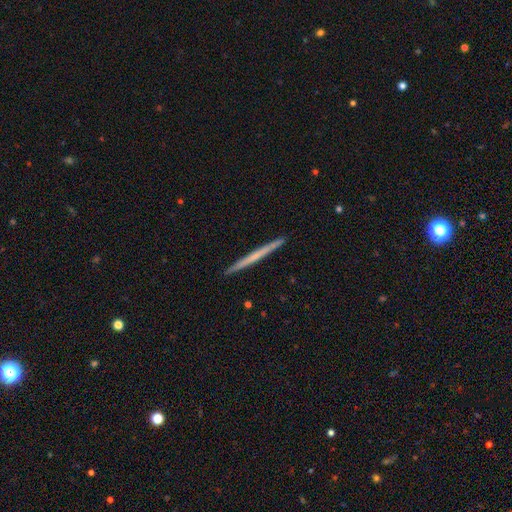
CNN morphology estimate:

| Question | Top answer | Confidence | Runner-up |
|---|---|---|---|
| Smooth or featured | featured or disk | 52% | smooth (43%) |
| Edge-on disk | yes | 98% | no (2%) |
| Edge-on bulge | none | 84% | rounded (13%) |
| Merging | none | 93% | minor disturbance (5%) |